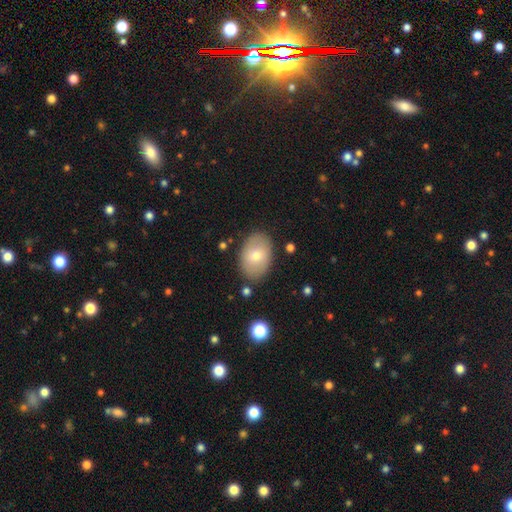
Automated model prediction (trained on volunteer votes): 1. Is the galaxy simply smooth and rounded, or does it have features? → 70% smooth, 23% featured or disk, 7% star or artifact.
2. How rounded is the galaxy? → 86% in between, 13% round, 1% cigar-shaped.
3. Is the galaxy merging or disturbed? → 85% none, 11% minor disturbance, 3% major disturbance, 2% merger.